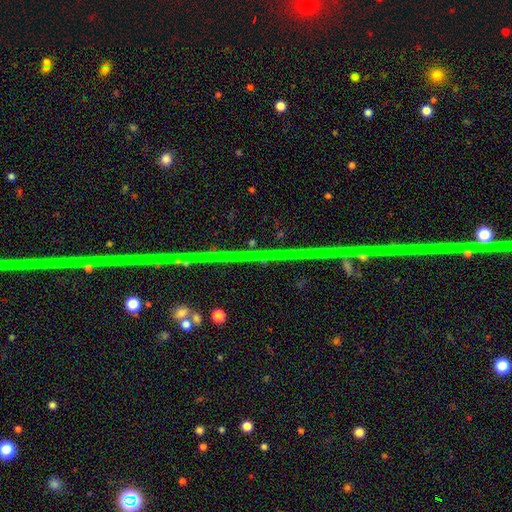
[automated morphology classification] This is likely a star or artifact rather than a galaxy (77%).